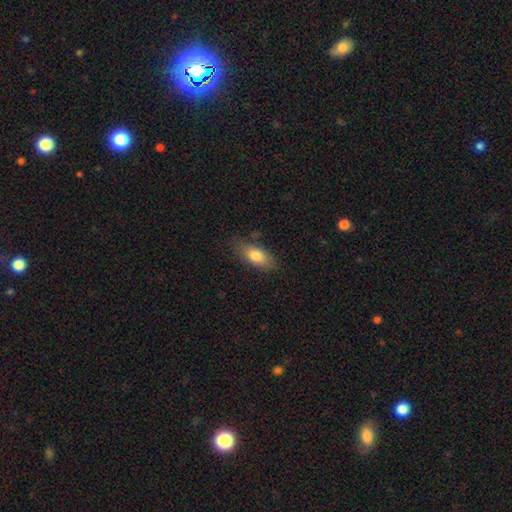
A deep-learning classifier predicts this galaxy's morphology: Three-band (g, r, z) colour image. It shows a smooth galaxy with no disk features (78%) that is in between round and cigar-shaped (83%). Merging: none (76%).